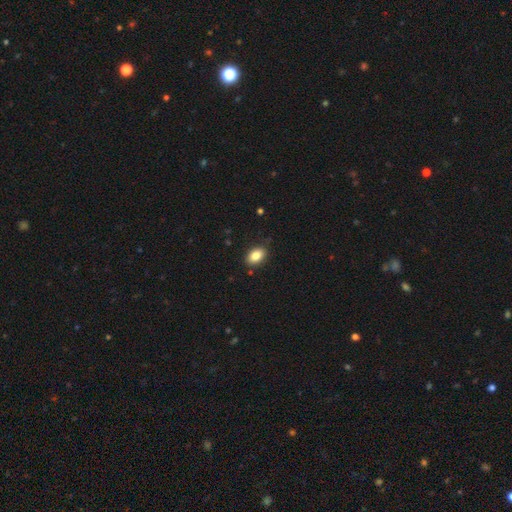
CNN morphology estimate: smooth-or-featured: smooth: 84% | star or artifact: 8% | featured or disk: 7%
  how-rounded: in between: 86% | round: 12% | cigar-shaped: 2%
  merging: none: 85% | minor disturbance: 11% | major disturbance: 2% | merger: 1%